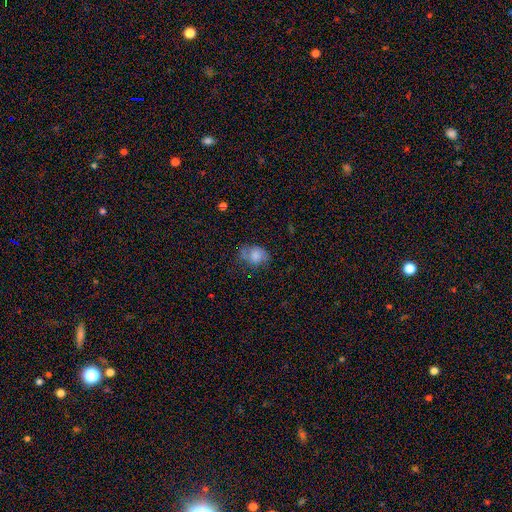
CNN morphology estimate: A smooth galaxy with no disk features (70%) that is in between round and cigar-shaped (61%).

Vote fractions:
- Smooth or featured? smooth: 70% / featured or disk: 20% / star or artifact: 10%
- How rounded? in between: 61% / round: 38% / cigar-shaped: 1%
- Merging? none: 56% / minor disturbance: 29% / major disturbance: 12% / merger: 2%